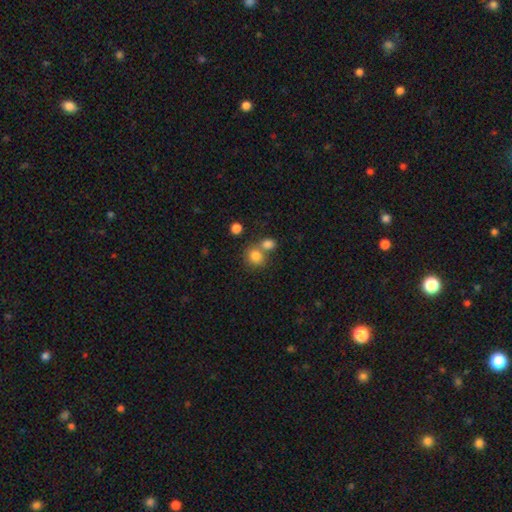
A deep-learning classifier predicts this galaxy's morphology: smooth_or_featured: smooth (p=0.81) [alt: star or artifact p=0.11]
how_rounded: round (p=0.74) [alt: in between p=0.25]
merging: none (p=0.48) [alt: merger p=0.39]